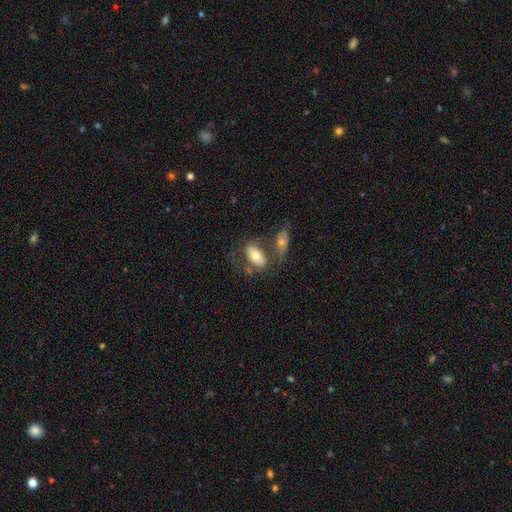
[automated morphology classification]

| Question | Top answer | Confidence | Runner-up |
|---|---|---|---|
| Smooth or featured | smooth | 66% | featured or disk (27%) |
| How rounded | in between | 92% | round (6%) |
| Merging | none | 51% | merger (27%) |